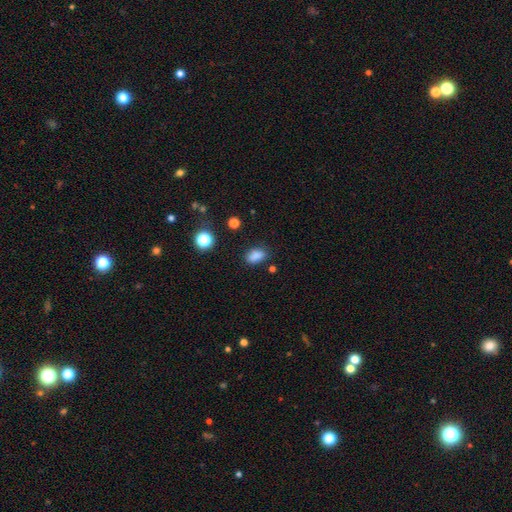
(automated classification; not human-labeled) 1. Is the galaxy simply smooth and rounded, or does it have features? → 83% smooth, 12% star or artifact, 5% featured or disk.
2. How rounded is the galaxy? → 83% in between, 15% round, 2% cigar-shaped.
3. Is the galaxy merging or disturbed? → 74% none, 17% minor disturbance, 4% merger, 4% major disturbance.